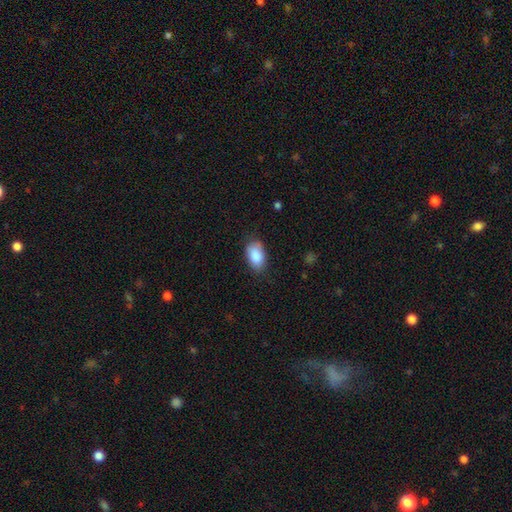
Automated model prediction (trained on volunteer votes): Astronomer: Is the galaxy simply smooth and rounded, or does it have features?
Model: smooth — 88%.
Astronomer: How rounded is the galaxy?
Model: in between — 92%.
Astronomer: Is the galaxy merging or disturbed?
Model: none — 75%.